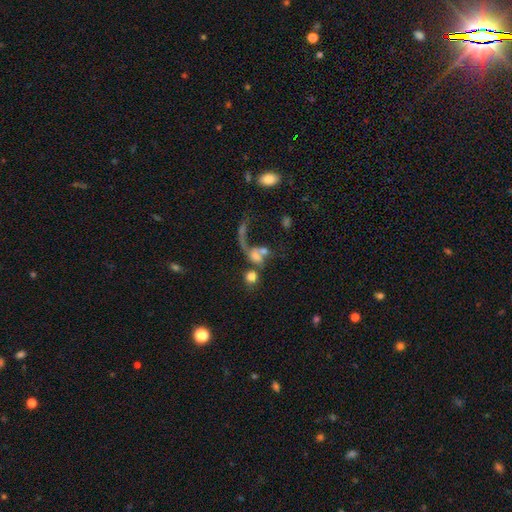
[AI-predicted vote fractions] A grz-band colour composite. It shows a smooth galaxy with no disk features (48%). Merging: merger (47%).